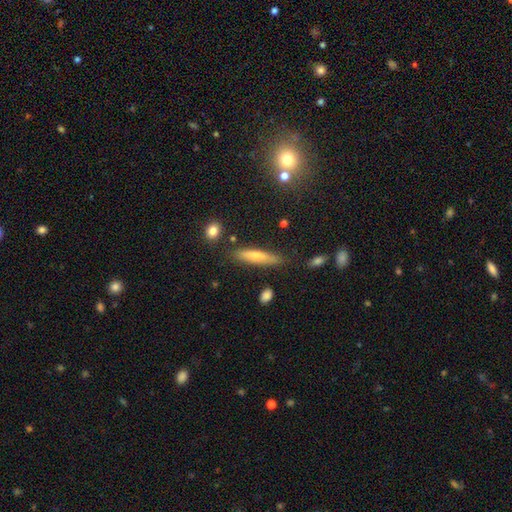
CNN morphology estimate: Smooth or featured? Predicted: smooth (p=0.57). How rounded? Predicted: cigar-shaped (p=0.85). Merging? Predicted: none (p=0.82).